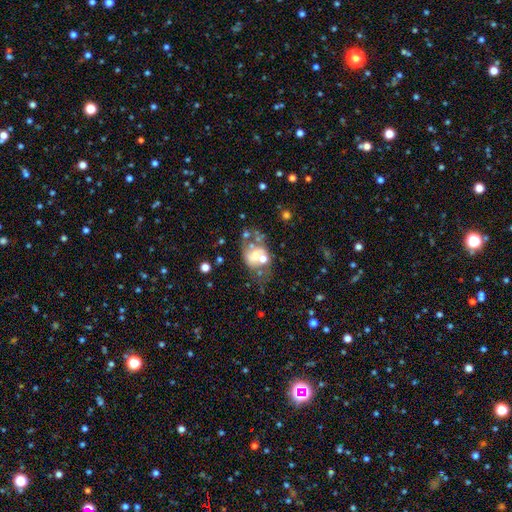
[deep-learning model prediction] This is possibly a featured or disk galaxy (47%). Merging: marginally merger (33%).